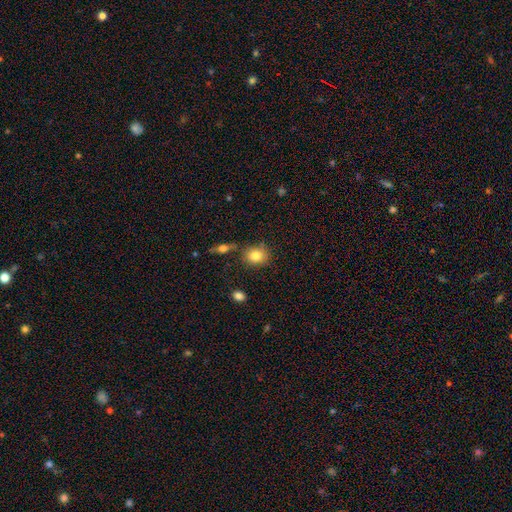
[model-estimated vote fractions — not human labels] Smooth or featured?
  - smooth: 81% *
  - featured or disk: 10%
  - star or artifact: 9%
How rounded?
  - round: 62% *
  - in between: 37%
  - cigar-shaped: 1%
Merging?
  - none: 76% *
  - minor disturbance: 13%
  - merger: 7%
  - major disturbance: 3%